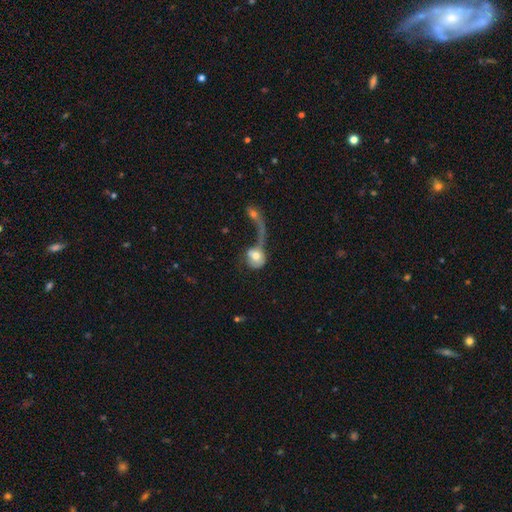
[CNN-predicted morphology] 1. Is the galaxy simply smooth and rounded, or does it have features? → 57% smooth, 36% featured or disk, 7% star or artifact.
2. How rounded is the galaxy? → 68% round, 30% in between, 2% cigar-shaped.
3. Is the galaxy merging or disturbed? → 44% major disturbance, 33% merger, 14% none, 9% minor disturbance.